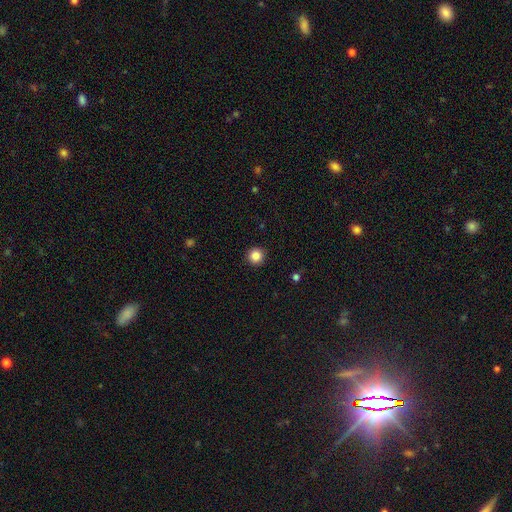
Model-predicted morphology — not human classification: Q: Smooth or featured?
A: smooth (86%); runner-up: star or artifact (11%)
Q: How rounded?
A: round (95%); runner-up: in between (4%)
Q: Merging?
A: none (92%); runner-up: minor disturbance (5%)